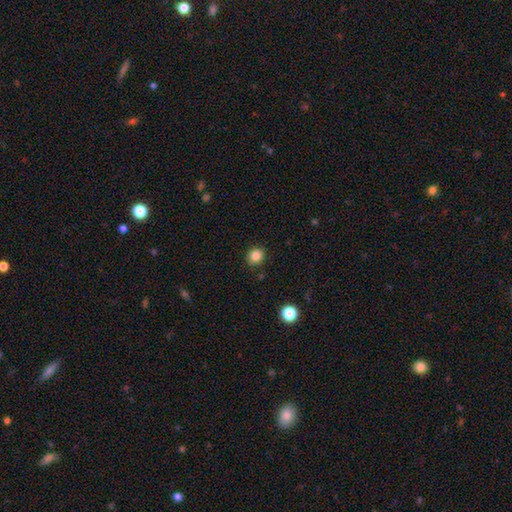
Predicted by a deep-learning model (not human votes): smooth-or-featured: smooth: 84% | star or artifact: 11% | featured or disk: 5%
  how-rounded: round: 82% | in between: 17% | cigar-shaped: 1%
  merging: none: 89% | minor disturbance: 7% | major disturbance: 2% | merger: 1%